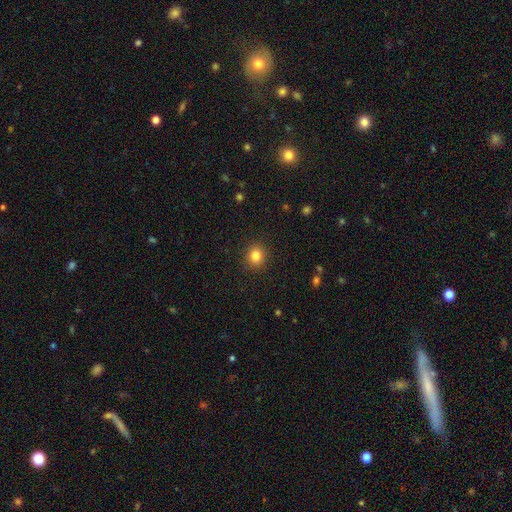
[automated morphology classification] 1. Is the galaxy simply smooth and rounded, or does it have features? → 83% smooth, 12% star or artifact, 5% featured or disk.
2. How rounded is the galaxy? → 82% round, 17% in between, 1% cigar-shaped.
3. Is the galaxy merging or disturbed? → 90% none, 6% minor disturbance, 2% major disturbance, 1% merger.